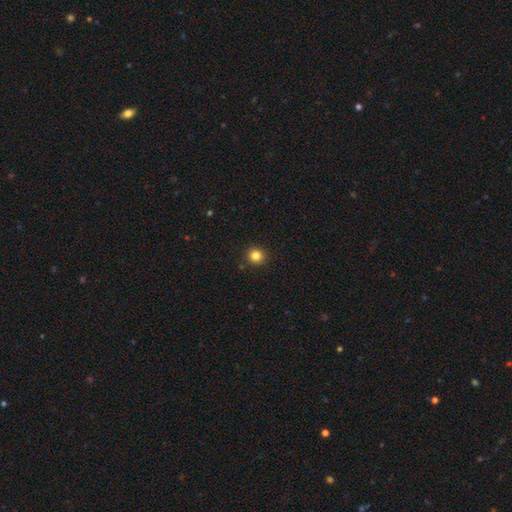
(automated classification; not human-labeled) A smooth galaxy with no disk features (83%) that is round (93%). Merging: none (92%).